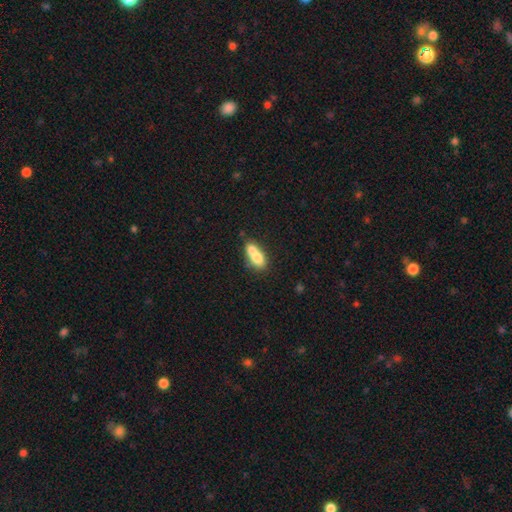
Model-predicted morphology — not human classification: smooth-or-featured: smooth: 68% | featured or disk: 23% | star or artifact: 9%
  how-rounded: in between: 73% | round: 18% | cigar-shaped: 10%
  merging: merger: 62% | none: 24% | minor disturbance: 9% | major disturbance: 5%